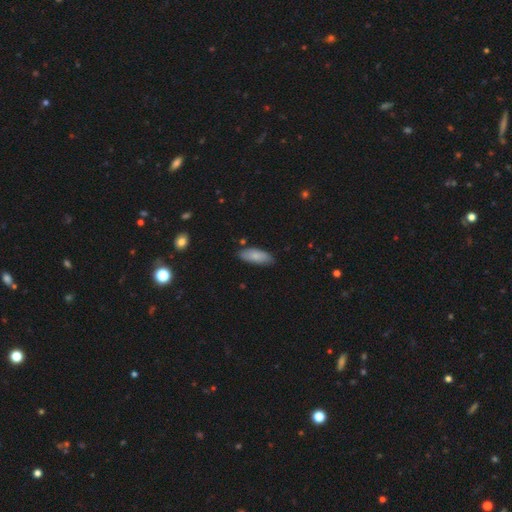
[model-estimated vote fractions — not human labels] This is clearly a smooth galaxy (82%). How rounded: likely in between (76%). Merging: clearly none (81%).